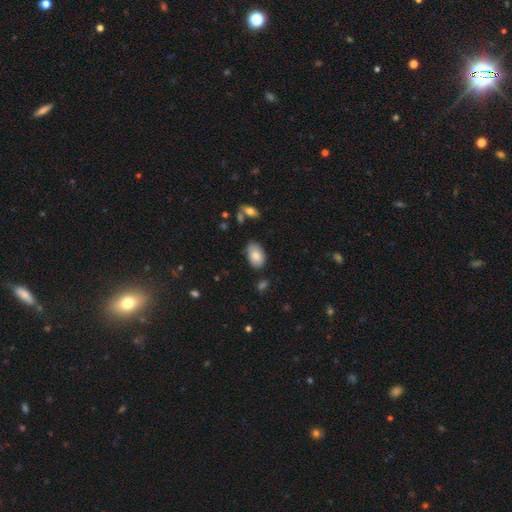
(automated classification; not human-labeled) smooth 82%, featured or disk 11%, star or artifact 7%. Down the decision tree: how rounded — in between (91%); merging — none (71%).